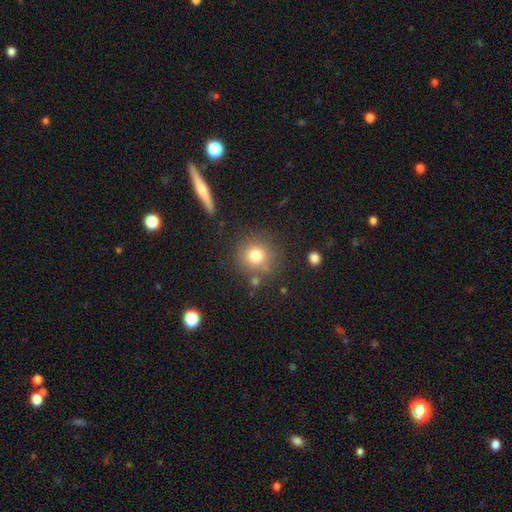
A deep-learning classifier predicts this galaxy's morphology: smooth_or_featured: smooth (p=0.78) [alt: star or artifact p=0.12]
how_rounded: round (p=0.90) [alt: in between p=0.09]
merging: none (p=0.77) [alt: minor disturbance p=0.12]